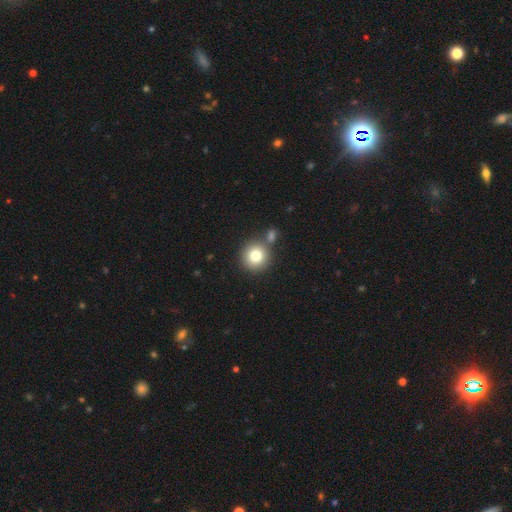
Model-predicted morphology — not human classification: A smooth galaxy with no disk features (80%) that is round (92%).

Vote fractions:
- Smooth or featured? smooth: 80% / star or artifact: 11% / featured or disk: 9%
- How rounded? round: 92% / in between: 7% / cigar-shaped: 1%
- Merging? none: 72% / merger: 17% / minor disturbance: 9% / major disturbance: 3%